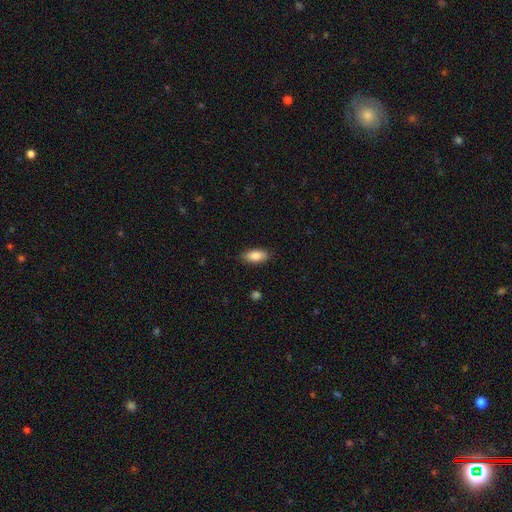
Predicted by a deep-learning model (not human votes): A smooth galaxy with no disk features (84%) that is in between round and cigar-shaped (86%).

Vote fractions:
- Smooth or featured? smooth: 84% / featured or disk: 10% / star or artifact: 7%
- How rounded? in between: 86% / cigar-shaped: 11% / round: 3%
- Merging? none: 86% / minor disturbance: 10% / major disturbance: 2% / merger: 1%